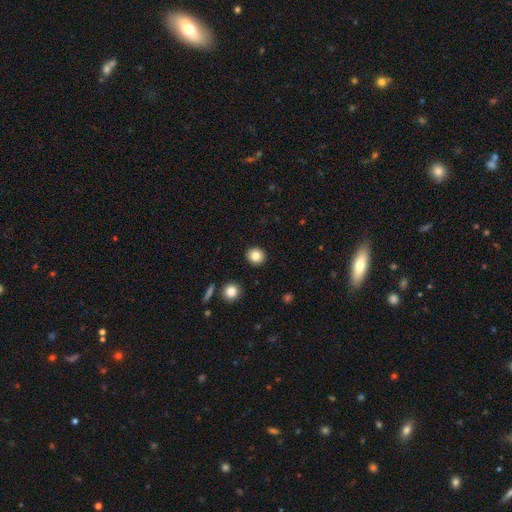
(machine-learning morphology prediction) The model was most divided on "smooth or featured": smooth: 83%, star or artifact: 10%, featured or disk: 7%. More confident: merging — none (92%); how rounded — round (89%).